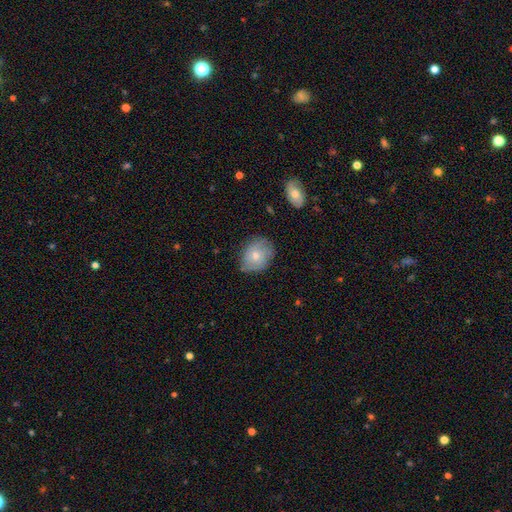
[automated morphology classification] Overall: smooth (64%; featured or disk 29%). How rounded: in between (52%; round 47%). Merging: none (70%).